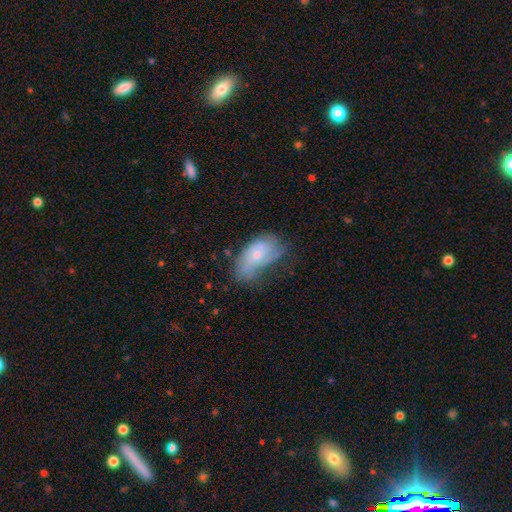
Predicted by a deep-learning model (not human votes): smooth 50%, featured or disk 41%, star or artifact 9%. Down the decision tree: merging — minor disturbance (37%).